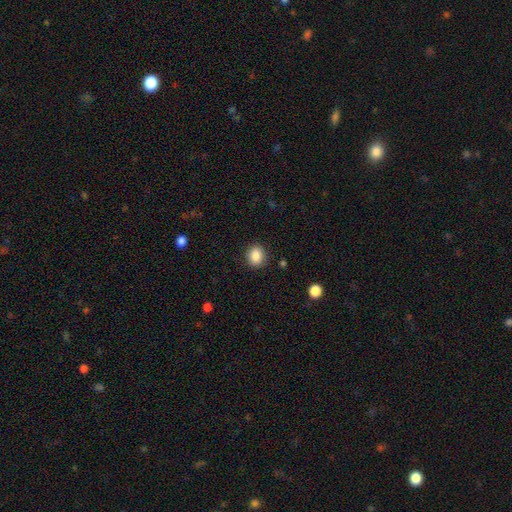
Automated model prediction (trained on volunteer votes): Smooth or featured: smooth — 87% (star or artifact — 9%)
How rounded: round — 61% (in between — 38%)
Merging: none — 88% (minor disturbance — 8%)